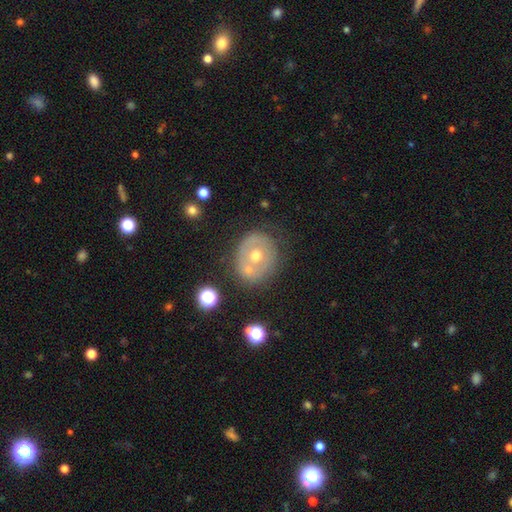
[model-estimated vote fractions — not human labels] featured or disk 47%, smooth 42%, star or artifact 12%. Down the decision tree: merging — none (58%).